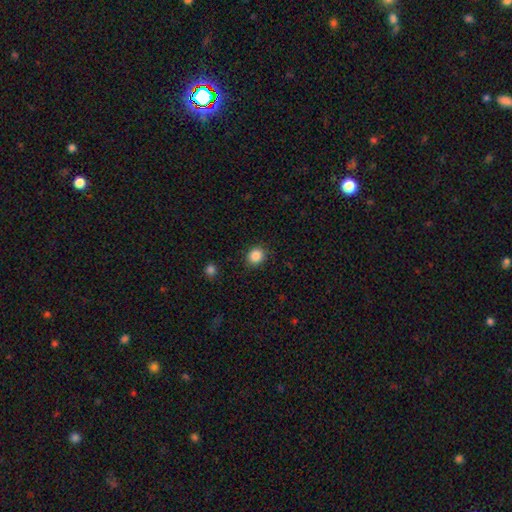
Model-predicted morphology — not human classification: Q: Smooth or featured?
A: smooth (86%); runner-up: star or artifact (10%)
Q: How rounded?
A: round (73%); runner-up: in between (26%)
Q: Merging?
A: none (88%); runner-up: minor disturbance (8%)